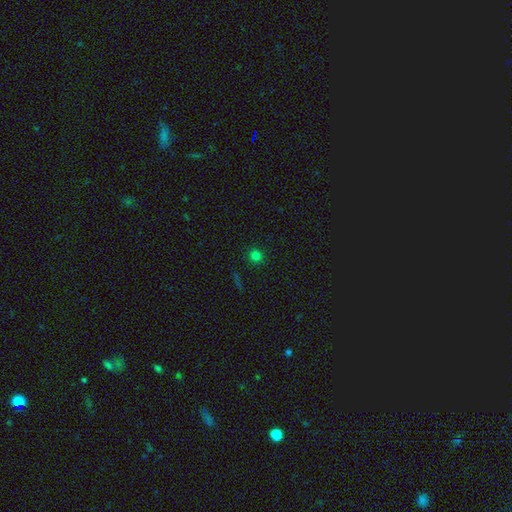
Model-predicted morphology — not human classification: Smooth or featured? smooth (79%)
How rounded? round (92%)
Merging? none (91%)